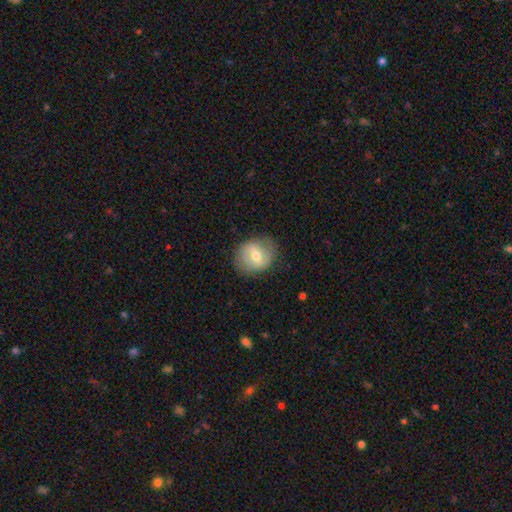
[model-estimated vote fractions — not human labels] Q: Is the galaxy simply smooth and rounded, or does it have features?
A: smooth — 50%.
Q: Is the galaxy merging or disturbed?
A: none — 78%.